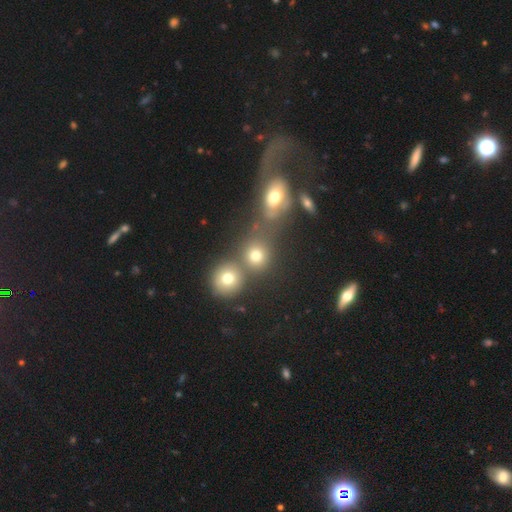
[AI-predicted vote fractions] A smooth galaxy with no disk features (74%) that is round (81%). Merging: none (52%).